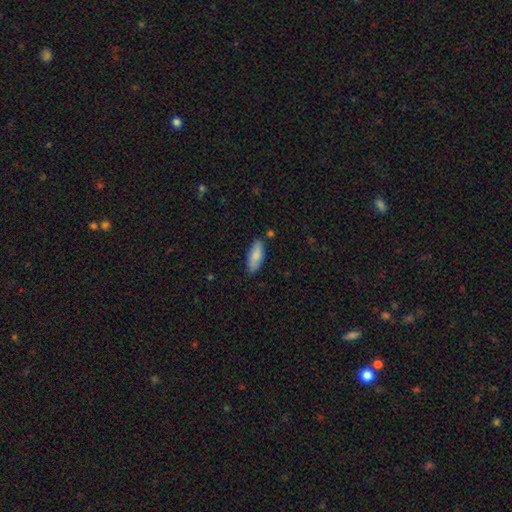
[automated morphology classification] This appears to be a smooth galaxy with no disk features (83%) that is in between round and cigar-shaped (73%). Merging: none (83%).